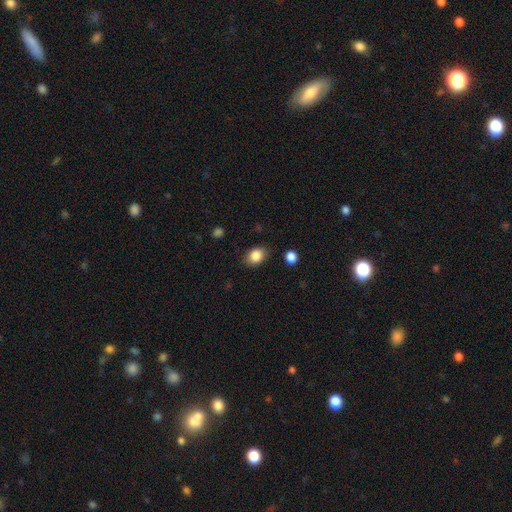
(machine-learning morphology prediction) smooth-or-featured: smooth: 86% | star or artifact: 8% | featured or disk: 6%
  how-rounded: in between: 70% | round: 29% | cigar-shaped: 1%
  merging: none: 83% | minor disturbance: 12% | major disturbance: 3% | merger: 2%